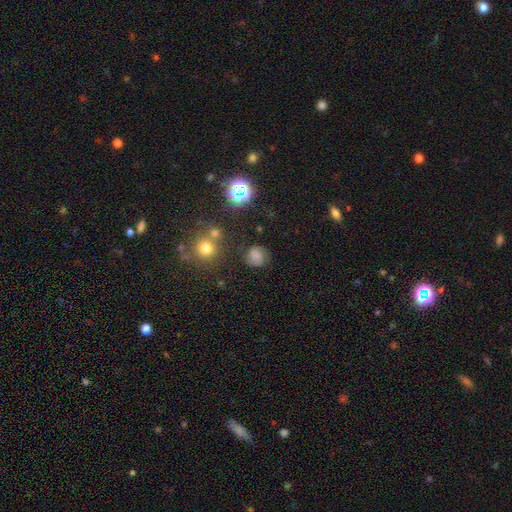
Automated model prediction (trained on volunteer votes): Smooth or featured? smooth (48%)
Merging? none (69%)